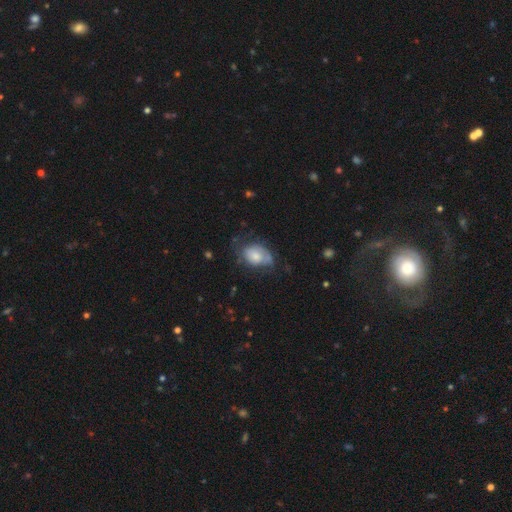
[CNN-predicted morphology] smooth-or-featured: smooth: 63% | featured or disk: 29% | star or artifact: 8%
  how-rounded: in between: 81% | round: 18% | cigar-shaped: 1%
  merging: none: 46% | minor disturbance: 33% | major disturbance: 18% | merger: 3%